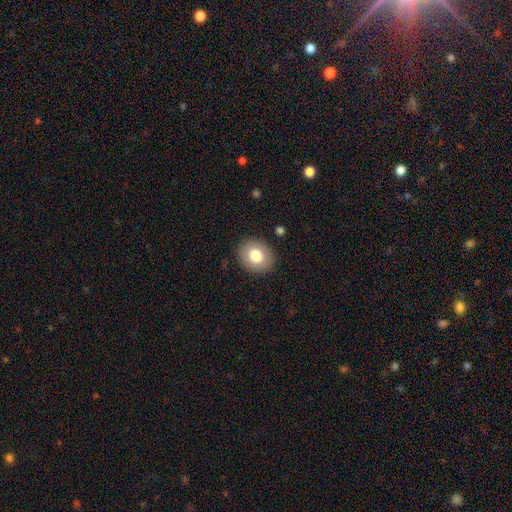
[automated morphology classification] Smooth or featured?
  - smooth: 78% *
  - featured or disk: 13%
  - star or artifact: 9%
How rounded?
  - round: 61% *
  - in between: 38%
  - cigar-shaped: 1%
Merging?
  - none: 88% *
  - minor disturbance: 8%
  - major disturbance: 3%
  - merger: 1%